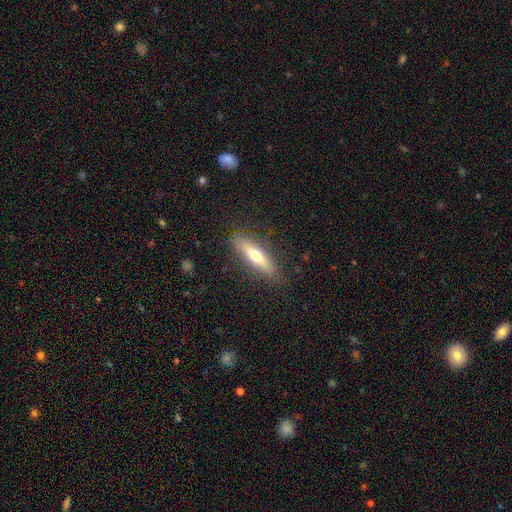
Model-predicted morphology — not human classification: type=smooth (57%); roundness=cigar-shaped (66%); merging=none (84%).